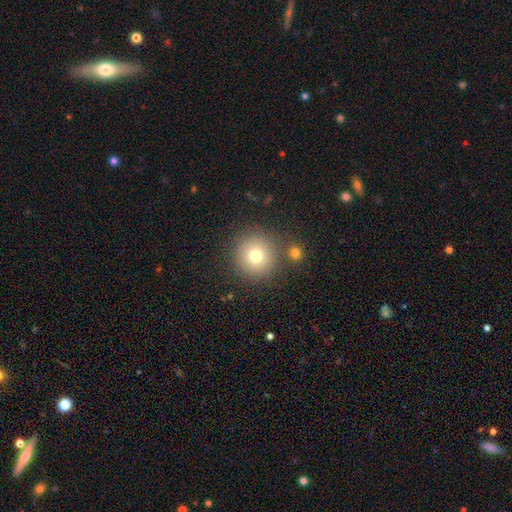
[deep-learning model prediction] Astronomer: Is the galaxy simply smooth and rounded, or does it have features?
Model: smooth — 75%.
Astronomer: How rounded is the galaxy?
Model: round — 95%.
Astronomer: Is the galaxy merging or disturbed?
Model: none — 81%.